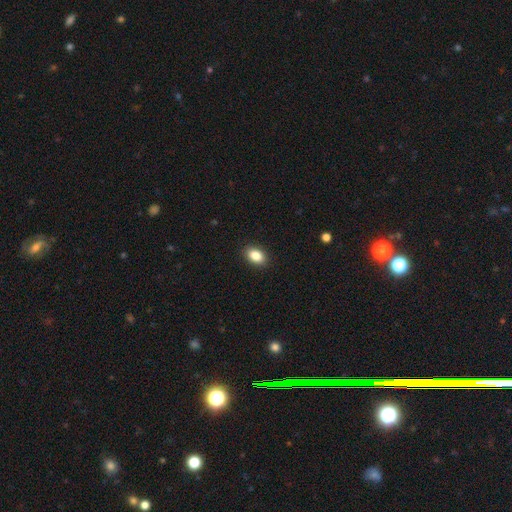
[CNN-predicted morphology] This appears to be a smooth galaxy with no disk features (86%) that is in between round and cigar-shaped (83%). Merging: none (90%).